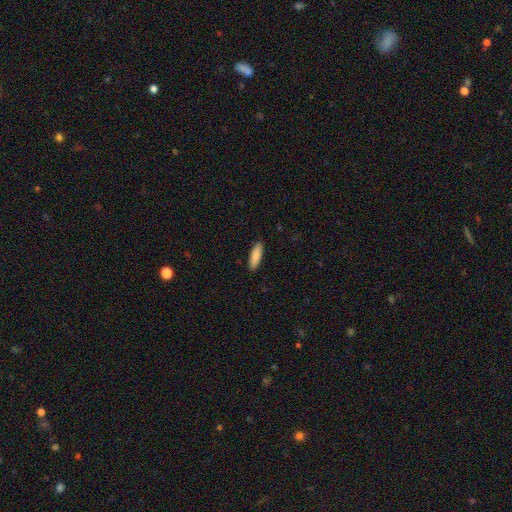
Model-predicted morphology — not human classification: Smooth or featured?
  - smooth: 88% *
  - featured or disk: 7%
  - star or artifact: 5%
How rounded?
  - cigar-shaped: 56% *
  - in between: 43%
  - round: 2%
Merging?
  - none: 91% *
  - minor disturbance: 7%
  - major disturbance: 2%
  - merger: 1%